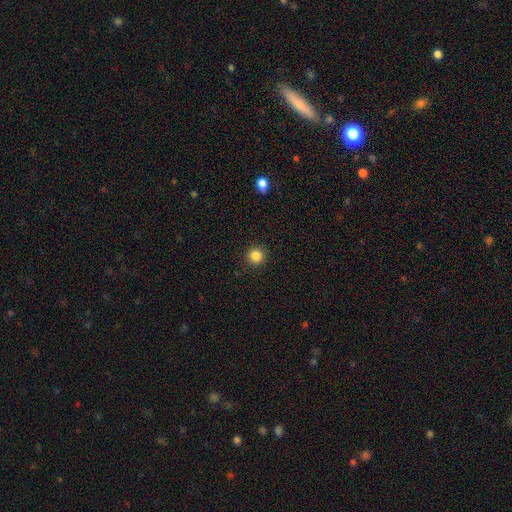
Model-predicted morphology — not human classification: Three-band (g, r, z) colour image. It shows a smooth galaxy with no disk features (85%) that is round (94%). Merging: none (92%).